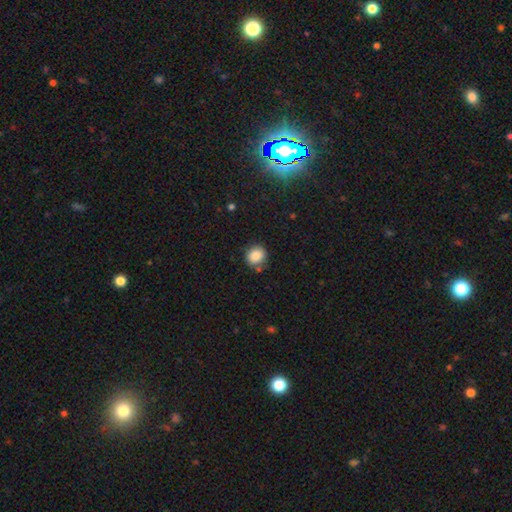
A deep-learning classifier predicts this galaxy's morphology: Q: Smooth or featured?
A: smooth (85%); runner-up: star or artifact (9%)
Q: How rounded?
A: round (81%); runner-up: in between (18%)
Q: Merging?
A: none (79%); runner-up: minor disturbance (13%)